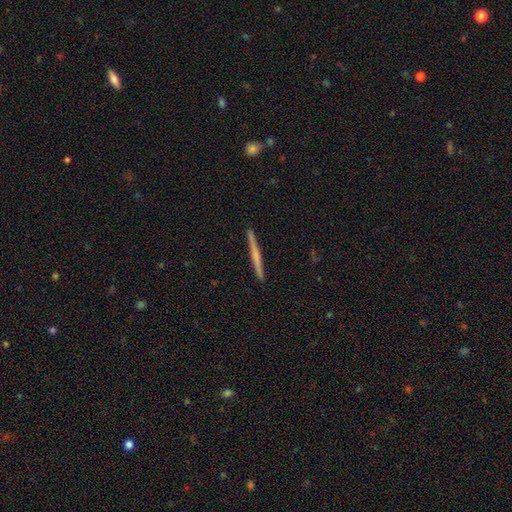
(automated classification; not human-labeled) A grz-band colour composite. It shows a featured or disk galaxy (48%). Merging: none (92%).